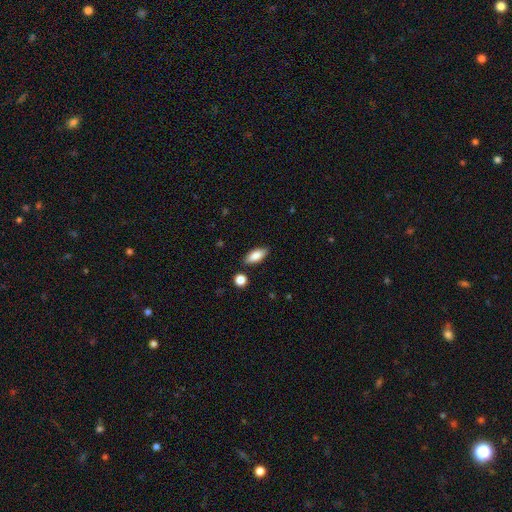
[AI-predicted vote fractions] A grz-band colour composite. It shows a smooth galaxy with no disk features (83%) that is in between round and cigar-shaped (83%). Merging: none (85%).